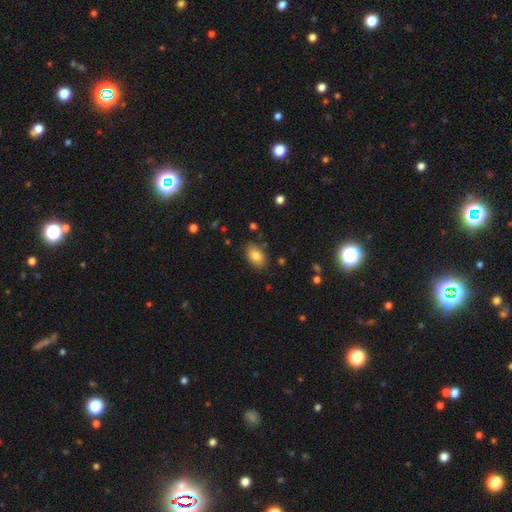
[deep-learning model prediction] smooth_or_featured: smooth (p=0.83) [alt: featured or disk p=0.09]
how_rounded: in between (p=0.89) [alt: round p=0.09]
merging: none (p=0.83) [alt: minor disturbance p=0.12]